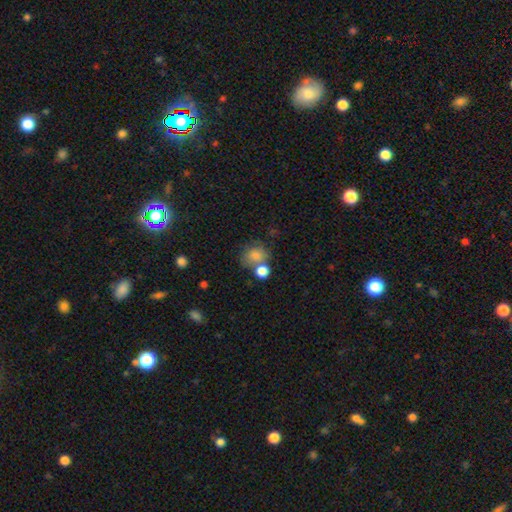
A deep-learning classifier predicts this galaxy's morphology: Q: Smooth or featured?
A: smooth (79%); runner-up: featured or disk (10%)
Q: How rounded?
A: round (67%); runner-up: in between (32%)
Q: Merging?
A: none (47%); runner-up: merger (31%)